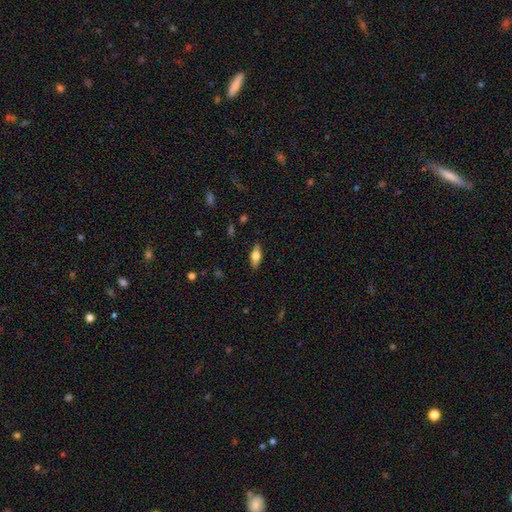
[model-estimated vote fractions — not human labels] Overall: smooth (61%; featured or disk 32%). How rounded: in between (74%). Merging: none (87%).